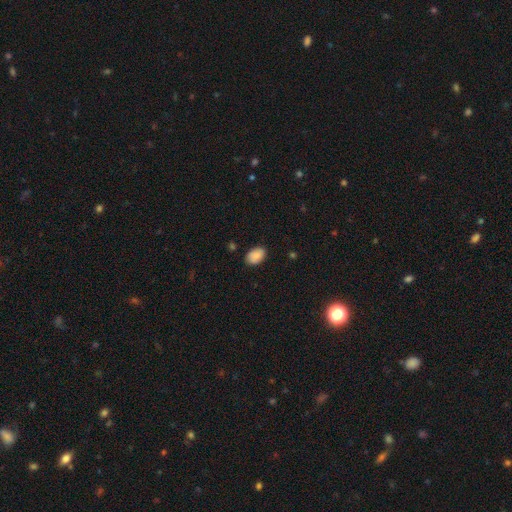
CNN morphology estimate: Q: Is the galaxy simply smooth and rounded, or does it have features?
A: smooth — 86%.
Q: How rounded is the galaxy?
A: in between — 88%.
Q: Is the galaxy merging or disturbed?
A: none — 84%.